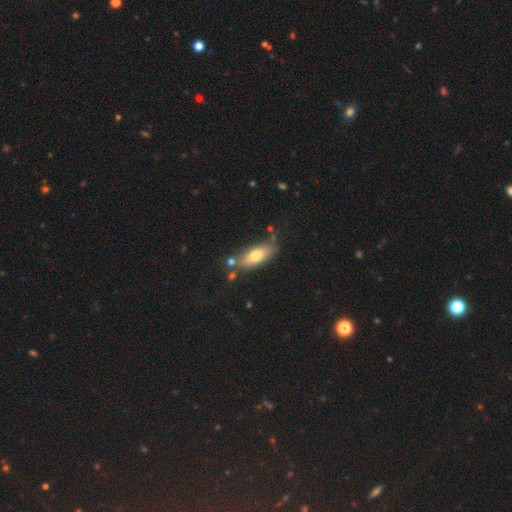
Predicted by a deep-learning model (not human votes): Q: Smooth or featured?
A: smooth (72%); runner-up: featured or disk (21%)
Q: How rounded?
A: in between (75%); runner-up: cigar-shaped (22%)
Q: Merging?
A: none (73%); runner-up: minor disturbance (15%)